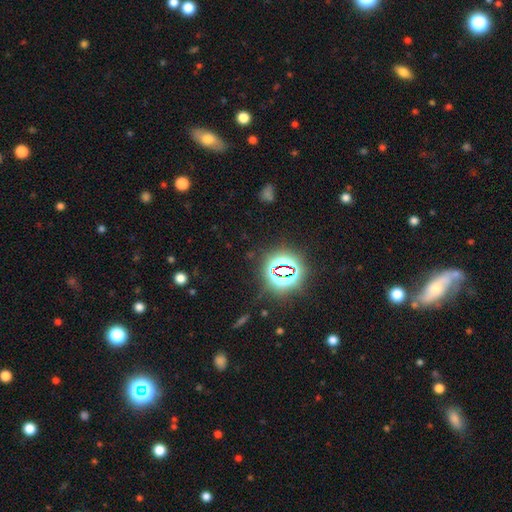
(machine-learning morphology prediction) The model was most divided on "smooth or featured": star or artifact: 77%, smooth: 14%, featured or disk: 9%.